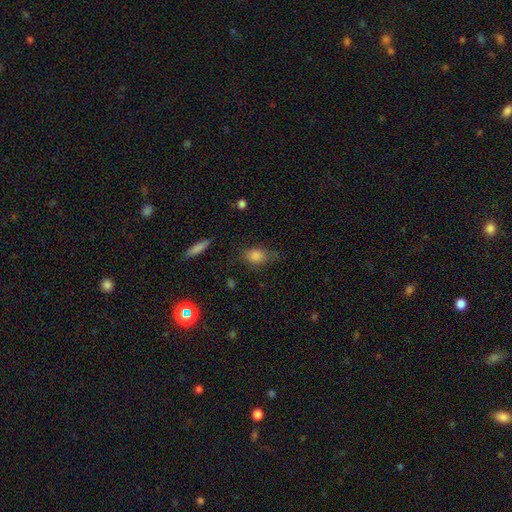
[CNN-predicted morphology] Smooth or featured?
  - smooth: 80% *
  - star or artifact: 12%
  - featured or disk: 8%
How rounded?
  - in between: 67% *
  - round: 28%
  - cigar-shaped: 5%
Merging?
  - none: 60% *
  - minor disturbance: 28%
  - major disturbance: 9%
  - merger: 2%